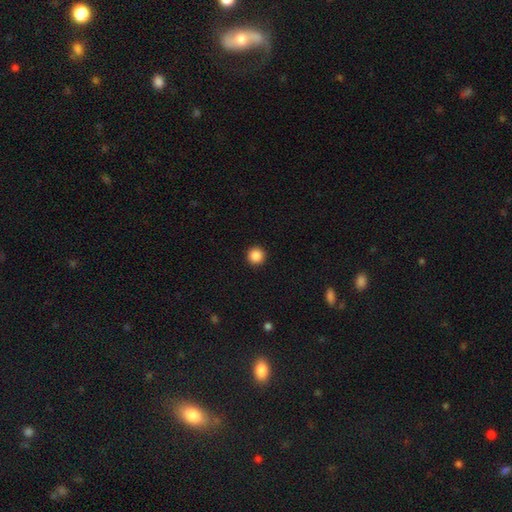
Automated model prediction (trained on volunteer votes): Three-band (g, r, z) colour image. It shows a smooth galaxy with no disk features (87%) that is round (96%). Merging: none (93%).